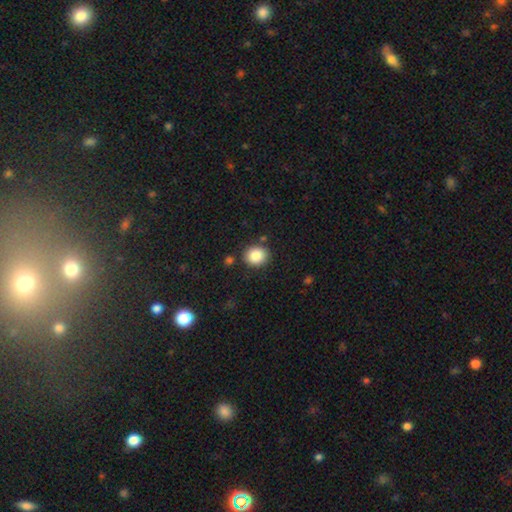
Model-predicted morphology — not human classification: The model was most divided on "how rounded": round: 73%, in between: 26%, cigar-shaped: 1%. More confident: smooth or featured — smooth (87%); merging — none (85%).